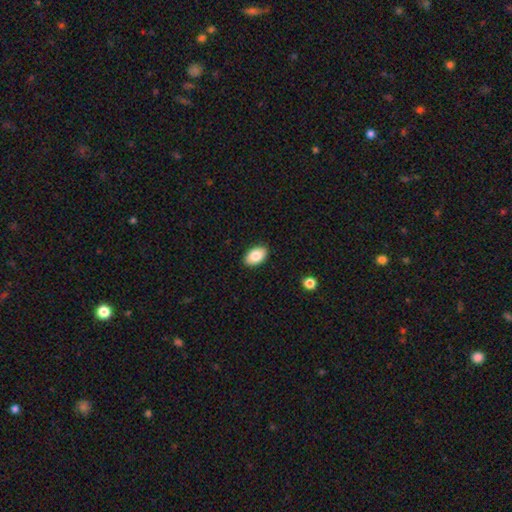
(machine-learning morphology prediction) Smooth or featured: smooth — 84% (featured or disk — 9%)
How rounded: in between — 93% (round — 5%)
Merging: none — 90% (minor disturbance — 8%)